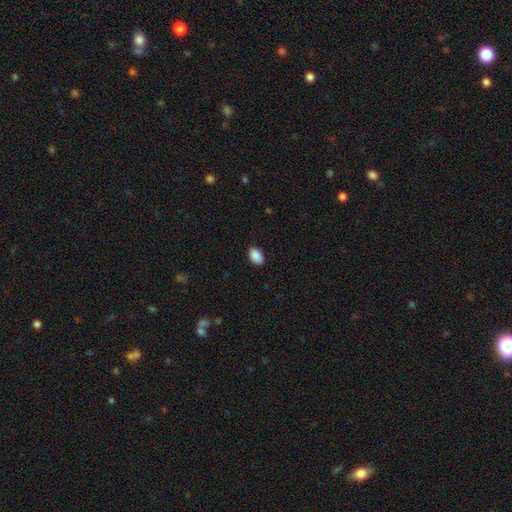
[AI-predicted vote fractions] smooth-or-featured: smooth: 90% | star or artifact: 7% | featured or disk: 3%
  how-rounded: in between: 90% | round: 9% | cigar-shaped: 1%
  merging: none: 87% | minor disturbance: 10% | major disturbance: 2% | merger: 1%